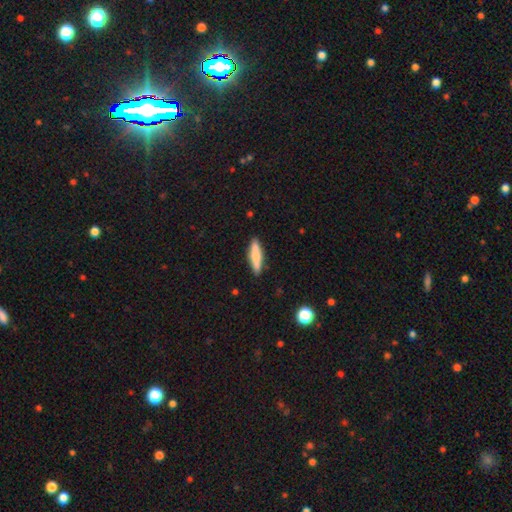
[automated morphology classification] type=smooth (72%); roundness=cigar-shaped (77%); merging=none (89%).